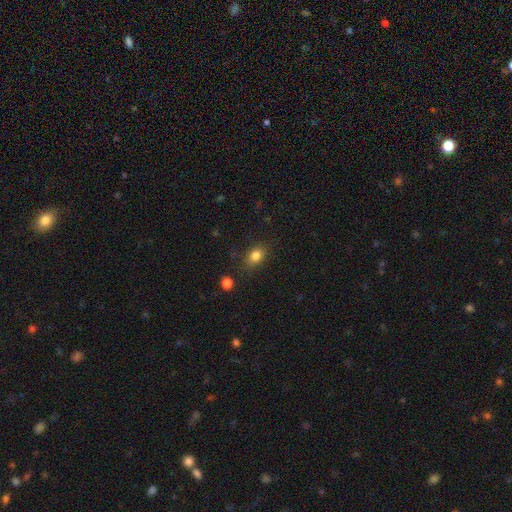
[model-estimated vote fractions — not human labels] smooth 82%, star or artifact 11%, featured or disk 7%. Down the decision tree: how rounded — in between (66%); merging — none (81%).